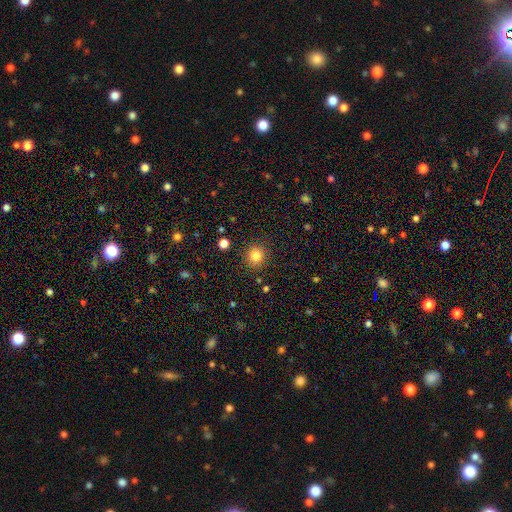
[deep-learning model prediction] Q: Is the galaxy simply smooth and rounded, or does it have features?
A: smooth — 83%.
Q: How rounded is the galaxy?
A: round — 87%.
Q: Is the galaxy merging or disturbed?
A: none — 89%.